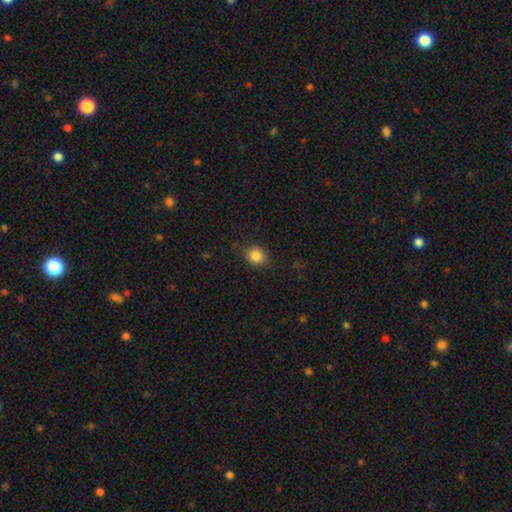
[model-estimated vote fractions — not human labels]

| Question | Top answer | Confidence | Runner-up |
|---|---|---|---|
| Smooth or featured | smooth | 85% | star or artifact (10%) |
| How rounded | round | 76% | in between (24%) |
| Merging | none | 87% | minor disturbance (10%) |